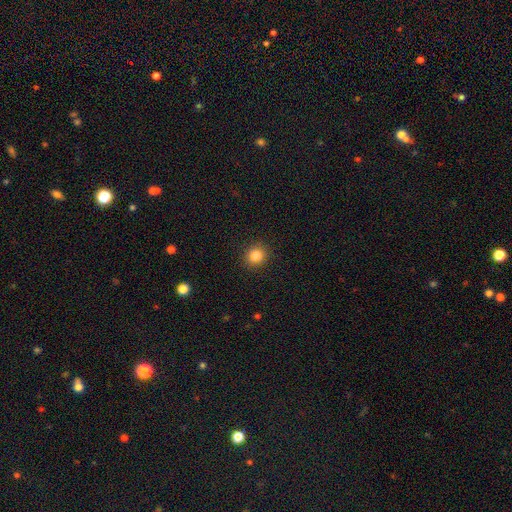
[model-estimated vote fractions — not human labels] Q: Smooth or featured?
A: smooth (83%); runner-up: star or artifact (11%)
Q: How rounded?
A: round (80%); runner-up: in between (19%)
Q: Merging?
A: none (91%); runner-up: minor disturbance (6%)